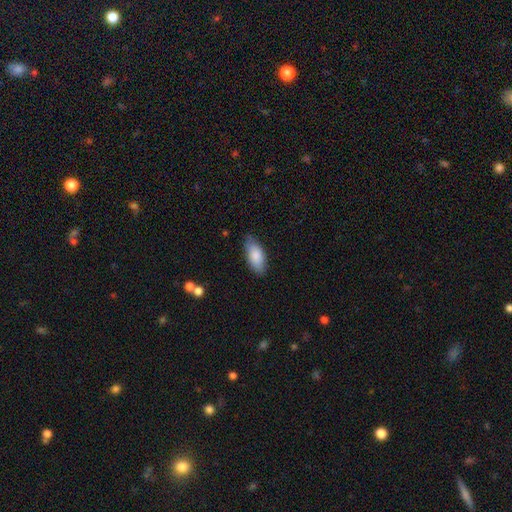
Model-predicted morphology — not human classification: Smooth or featured? smooth (84%)
How rounded? in between (88%)
Merging? none (77%)